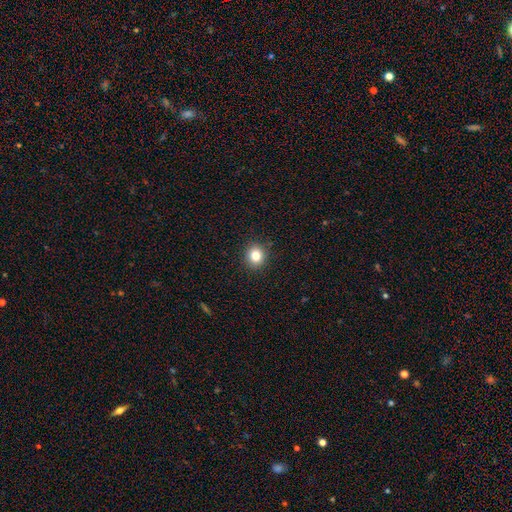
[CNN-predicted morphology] Q: Smooth or featured?
A: smooth (81%); runner-up: star or artifact (12%)
Q: How rounded?
A: round (85%); runner-up: in between (14%)
Q: Merging?
A: none (91%); runner-up: minor disturbance (6%)